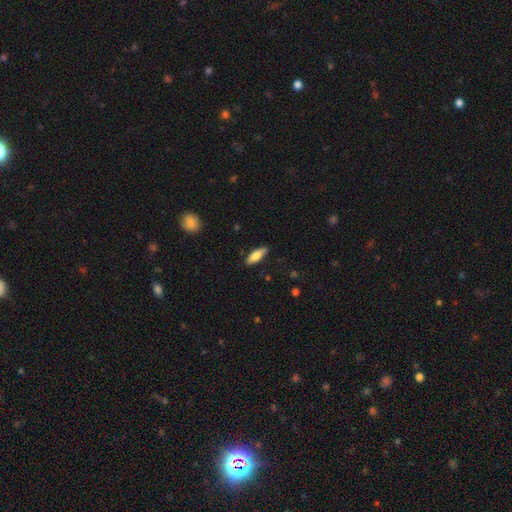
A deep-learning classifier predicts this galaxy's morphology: Smooth or featured? Predicted: smooth (p=0.72). How rounded? Predicted: in between (p=0.58). Merging? Predicted: none (p=0.85).